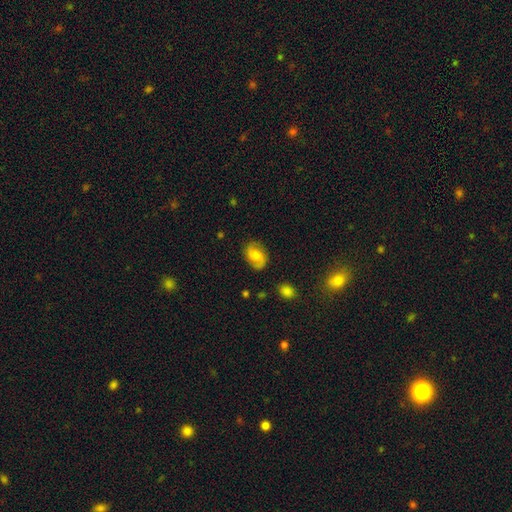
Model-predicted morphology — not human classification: Smooth or featured? Predicted: smooth (p=0.47). Merging? Predicted: none (p=0.76).